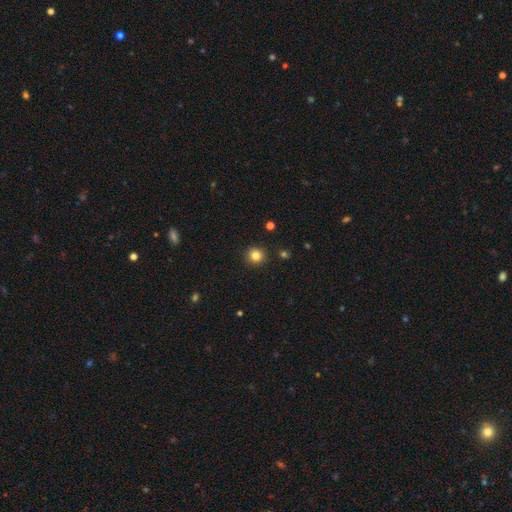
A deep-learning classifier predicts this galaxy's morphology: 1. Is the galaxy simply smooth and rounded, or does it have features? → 82% smooth, 12% star or artifact, 6% featured or disk.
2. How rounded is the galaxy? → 93% round, 6% in between, 1% cigar-shaped.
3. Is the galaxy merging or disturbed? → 91% none, 5% minor disturbance, 2% major disturbance, 2% merger.